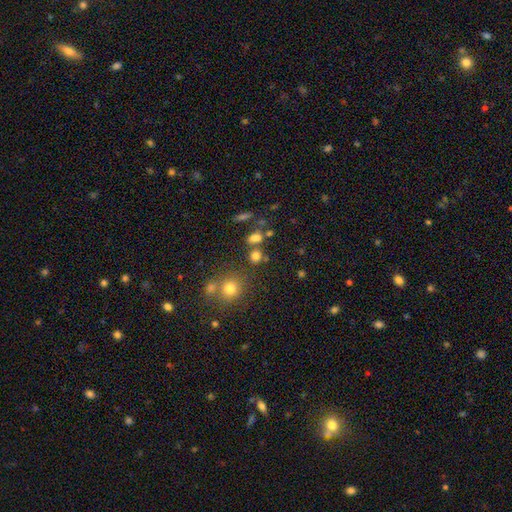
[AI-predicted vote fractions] This appears to be a smooth galaxy with no disk features (75%) that is round (67%). Merging: none (64%).